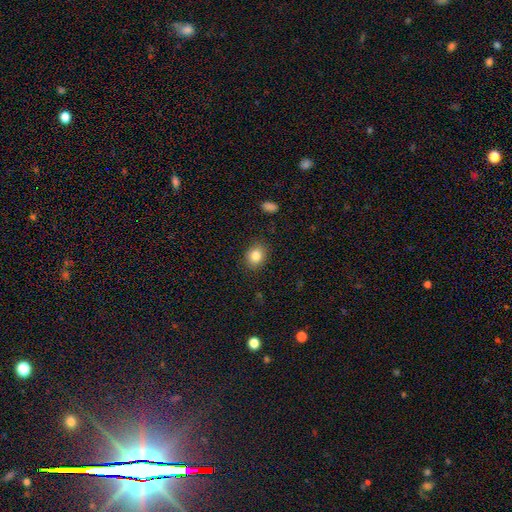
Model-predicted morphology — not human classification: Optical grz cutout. It shows a smooth galaxy with no disk features (84%) that is round (50%). Merging: none (87%).